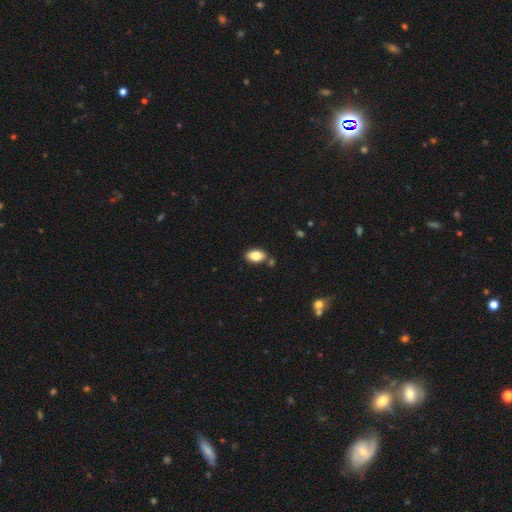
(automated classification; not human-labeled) A smooth galaxy with no disk features (83%) that is in between round and cigar-shaped (91%).

Vote fractions:
- Smooth or featured? smooth: 83% / featured or disk: 10% / star or artifact: 8%
- How rounded? in between: 91% / round: 7% / cigar-shaped: 2%
- Merging? none: 79% / minor disturbance: 11% / merger: 7% / major disturbance: 2%